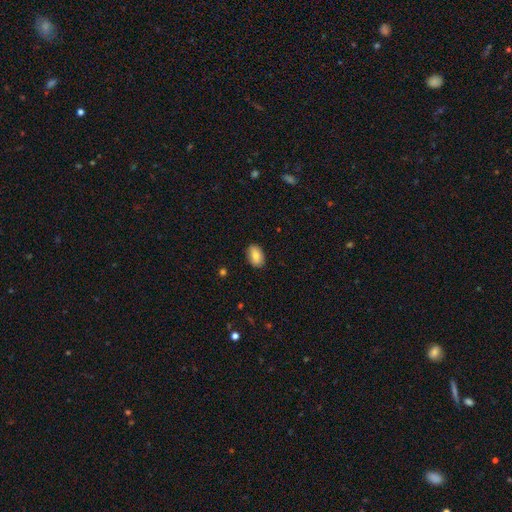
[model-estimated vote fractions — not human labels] Q: Smooth or featured?
A: smooth (81%); runner-up: featured or disk (11%)
Q: How rounded?
A: in between (91%); runner-up: round (8%)
Q: Merging?
A: none (87%); runner-up: minor disturbance (10%)